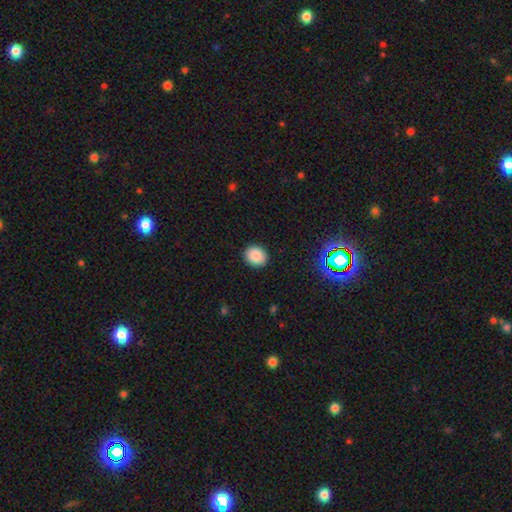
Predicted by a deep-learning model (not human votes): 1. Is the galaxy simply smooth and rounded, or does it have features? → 86% smooth, 10% star or artifact, 4% featured or disk.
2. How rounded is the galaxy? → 64% round, 35% in between, 1% cigar-shaped.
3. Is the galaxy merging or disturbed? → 91% none, 7% minor disturbance, 2% major disturbance, 1% merger.